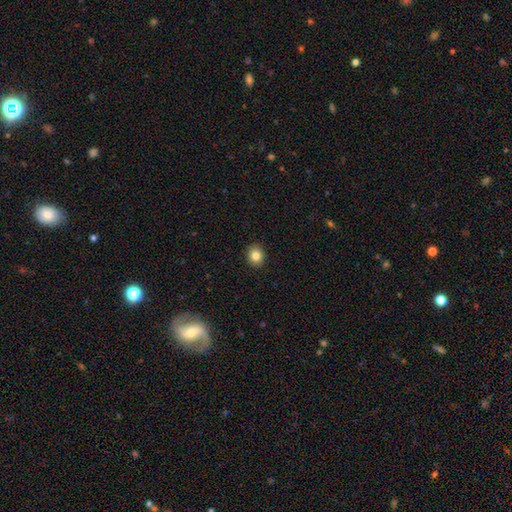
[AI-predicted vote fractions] Smooth or featured? Predicted: smooth (p=0.83). How rounded? Predicted: round (p=0.68). Merging? Predicted: none (p=0.91).